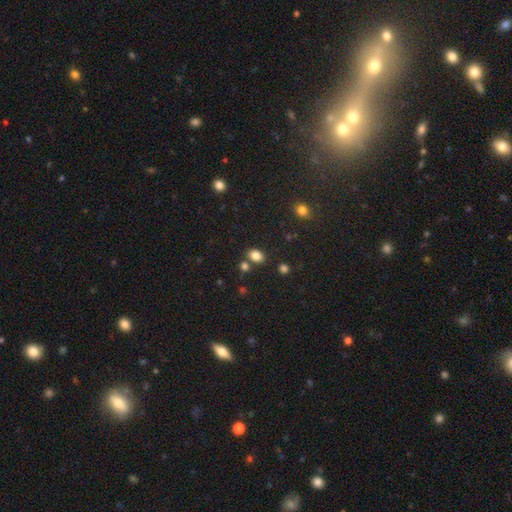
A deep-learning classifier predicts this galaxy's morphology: type=smooth (83%); roundness=in between (77%); merging=none (72%).